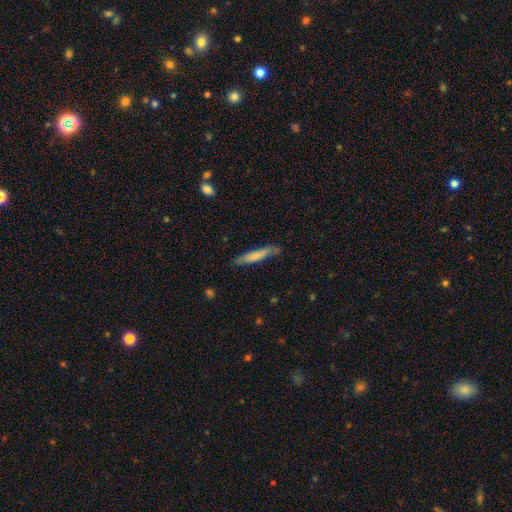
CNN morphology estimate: Smooth or featured? Predicted: smooth (p=0.69). How rounded? Predicted: cigar-shaped (p=0.89). Merging? Predicted: none (p=0.77).